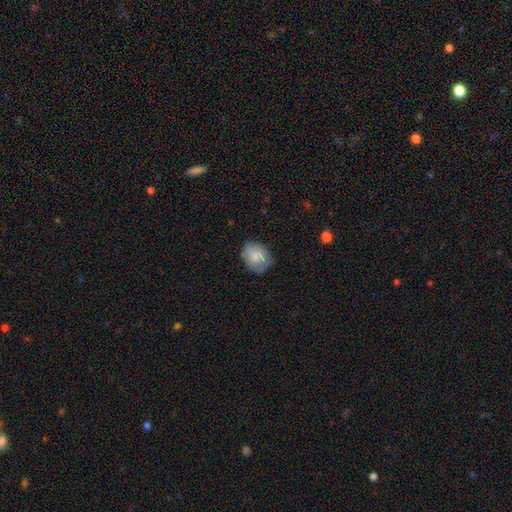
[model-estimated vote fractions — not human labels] Smooth or featured?
  - smooth: 74% *
  - featured or disk: 19%
  - star or artifact: 7%
How rounded?
  - in between: 54% *
  - round: 45%
  - cigar-shaped: 1%
Merging?
  - none: 61% *
  - minor disturbance: 29%
  - major disturbance: 9%
  - merger: 2%